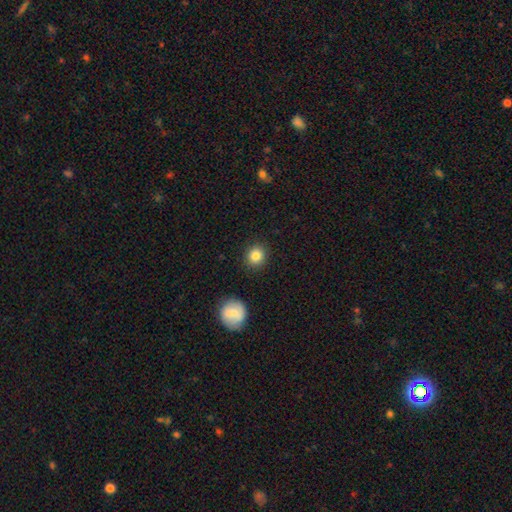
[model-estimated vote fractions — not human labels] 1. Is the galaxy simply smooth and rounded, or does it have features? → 85% smooth, 10% star or artifact, 6% featured or disk.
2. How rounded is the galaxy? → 87% round, 12% in between, 1% cigar-shaped.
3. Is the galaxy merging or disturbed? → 90% none, 6% minor disturbance, 2% major disturbance, 2% merger.